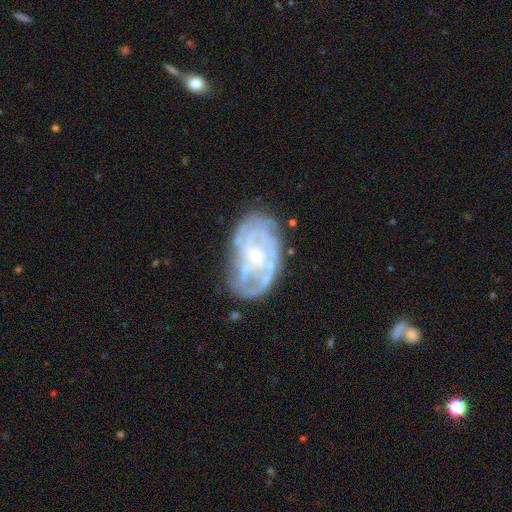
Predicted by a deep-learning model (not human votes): smooth-or-featured: featured or disk: 82% | smooth: 11% | star or artifact: 7%
  disk-edge-on: no: 97% | yes: 3%
    bar: no: 65% | weak: 29% | strong: 7%
    has-spiral-arms: yes: 84% | no: 16%
      spiral-winding: tight: 59% | medium: 31% | loose: 10%
      spiral-arm-count: can't tell: 45% | 2: 17% | 3: 15% | 4: 12% | more than 4: 6% | 1: 6%
    bulge-size: small: 74% | moderate: 20% | none: 3% | large: 1% | dominant: 1%
  merging: none: 62% | minor disturbance: 22% | major disturbance: 12% | merger: 4%